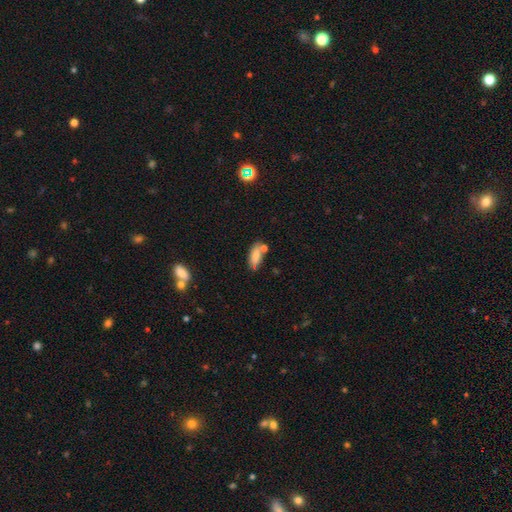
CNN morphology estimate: The model was most divided on "merging": none: 58%, merger: 19%, minor disturbance: 18%, major disturbance: 5%. More confident: smooth or featured — smooth (80%); how rounded — in between (79%).